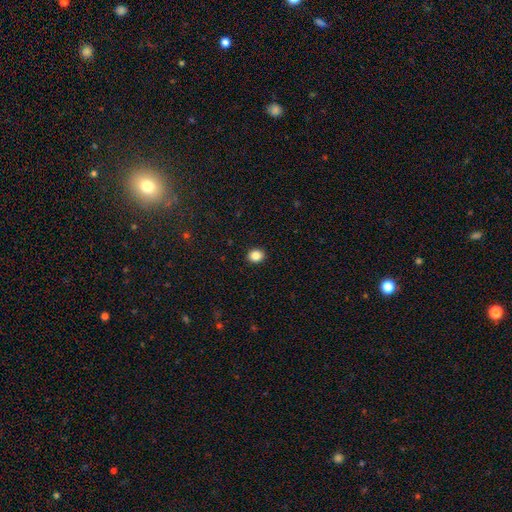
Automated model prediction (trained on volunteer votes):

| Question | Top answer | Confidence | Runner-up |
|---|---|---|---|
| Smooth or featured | smooth | 86% | star or artifact (10%) |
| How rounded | round | 69% | in between (30%) |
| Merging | none | 92% | minor disturbance (5%) |